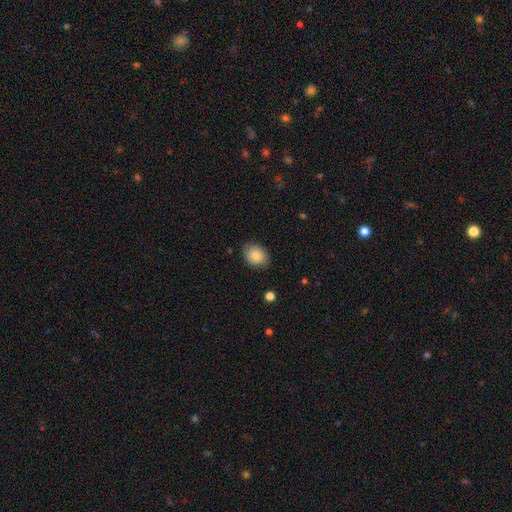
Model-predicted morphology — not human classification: This is clearly a smooth galaxy (83%). How rounded: likely in between (62%). Merging: clearly none (80%).